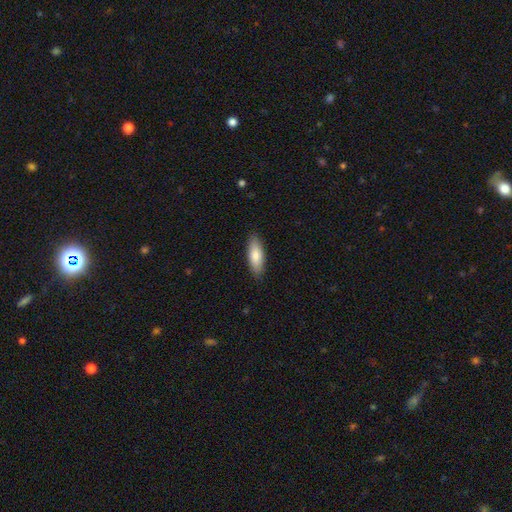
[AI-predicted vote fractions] Smooth or featured?
  - smooth: 81% *
  - featured or disk: 14%
  - star or artifact: 5%
How rounded?
  - in between: 67% *
  - cigar-shaped: 32%
  - round: 2%
Merging?
  - none: 87% *
  - minor disturbance: 10%
  - major disturbance: 2%
  - merger: 1%